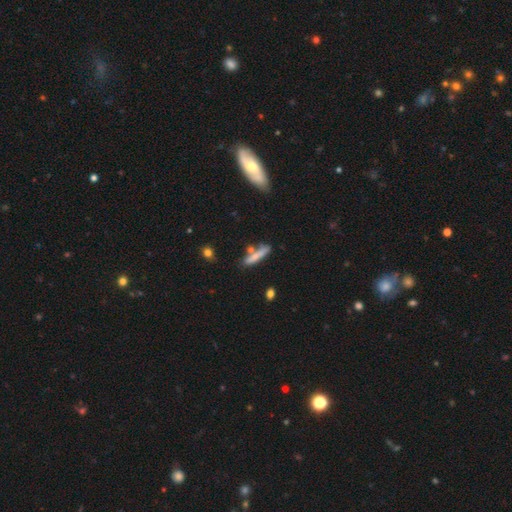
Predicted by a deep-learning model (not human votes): smooth-or-featured: smooth: 71% | featured or disk: 21% | star or artifact: 7%
  how-rounded: cigar-shaped: 84% | in between: 14% | round: 2%
  merging: none: 64% | minor disturbance: 17% | merger: 14% | major disturbance: 5%